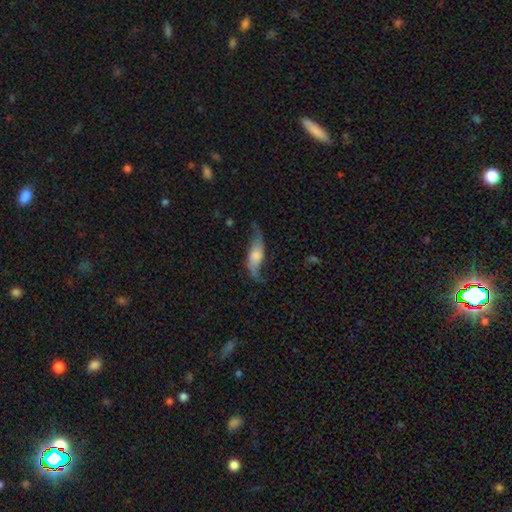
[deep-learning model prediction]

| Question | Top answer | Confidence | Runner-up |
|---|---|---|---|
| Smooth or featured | featured or disk | 64% | smooth (28%) |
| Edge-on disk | no | 82% | yes (18%) |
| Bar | no | 64% | weak (27%) |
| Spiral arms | yes | 88% | no (12%) |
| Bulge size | moderate | 31% | small (26%) |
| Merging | none | 59% | minor disturbance (23%) |